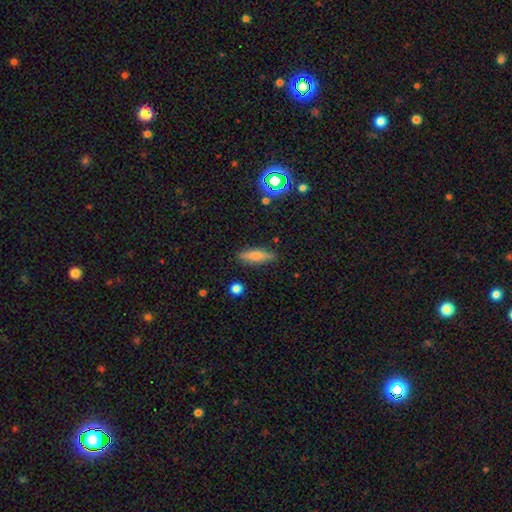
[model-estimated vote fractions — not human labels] Smooth or featured? Predicted: smooth (p=0.68). How rounded? Predicted: cigar-shaped (p=0.60). Merging? Predicted: none (p=0.85).